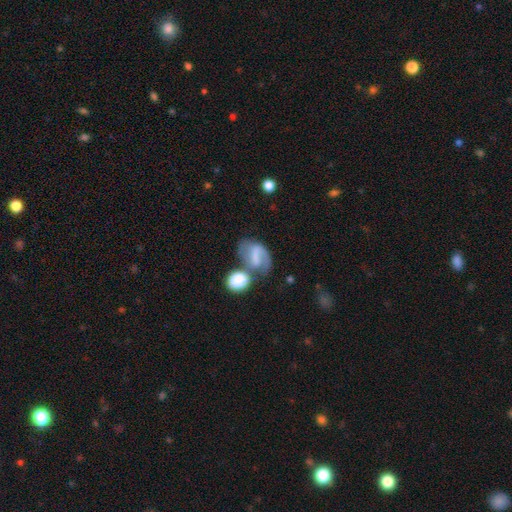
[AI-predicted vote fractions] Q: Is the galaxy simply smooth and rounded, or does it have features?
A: featured or disk — 57%.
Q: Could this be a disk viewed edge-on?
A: no — 96%.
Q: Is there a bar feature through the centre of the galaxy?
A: strong — 47%.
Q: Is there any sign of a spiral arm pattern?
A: yes — 76%.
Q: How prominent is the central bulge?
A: none — 44%.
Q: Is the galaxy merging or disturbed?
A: merger — 36%.